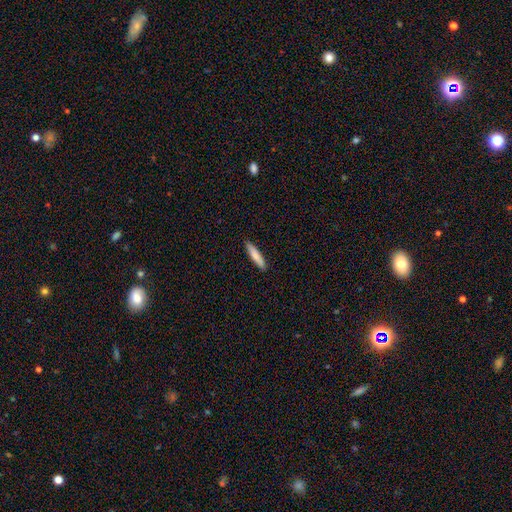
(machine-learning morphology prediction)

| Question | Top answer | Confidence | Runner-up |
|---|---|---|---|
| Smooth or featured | smooth | 81% | featured or disk (14%) |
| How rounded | cigar-shaped | 87% | in between (12%) |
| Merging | none | 90% | minor disturbance (8%) |